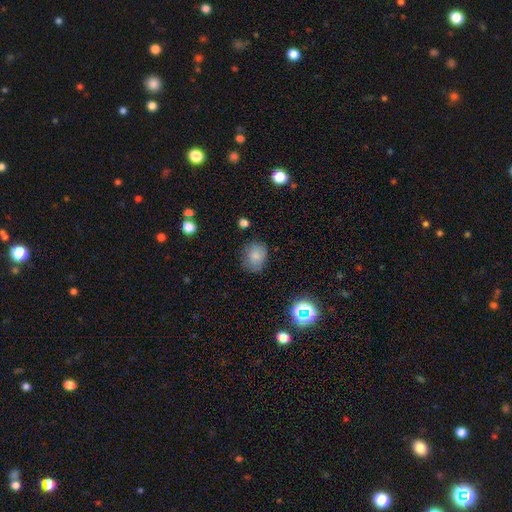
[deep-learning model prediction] A smooth galaxy with no disk features (81%) that is round (52%). Merging: none (74%).